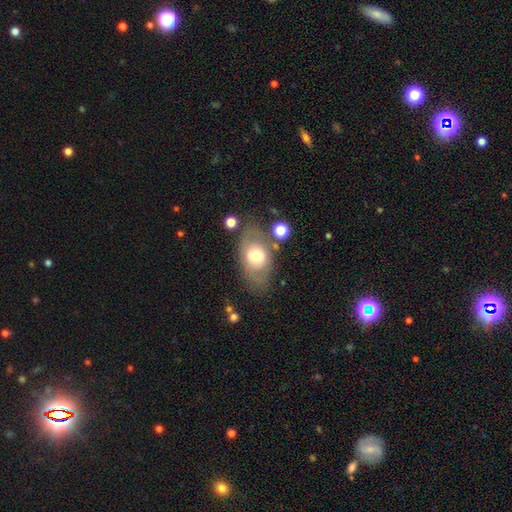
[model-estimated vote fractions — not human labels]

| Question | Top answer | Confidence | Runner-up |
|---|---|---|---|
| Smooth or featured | smooth | 58% | featured or disk (34%) |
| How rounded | in between | 80% | round (18%) |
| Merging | none | 67% | minor disturbance (17%) |